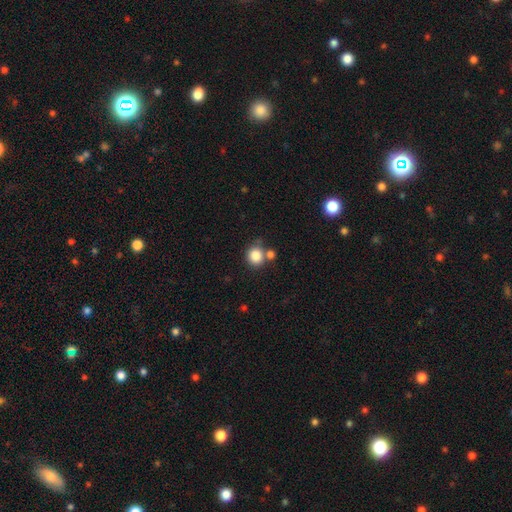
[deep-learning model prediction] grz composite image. It shows a smooth galaxy with no disk features (84%) that is round (86%). Merging: none (64%).